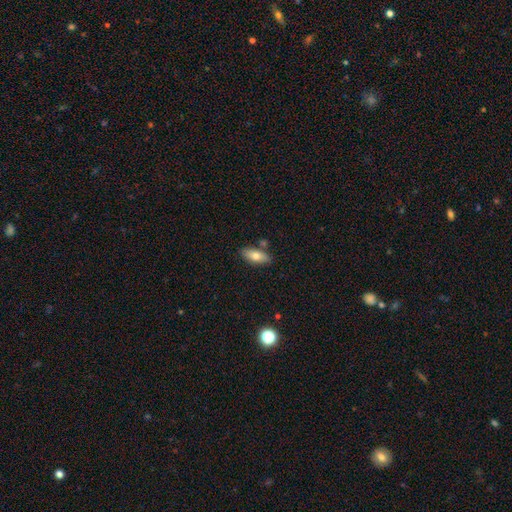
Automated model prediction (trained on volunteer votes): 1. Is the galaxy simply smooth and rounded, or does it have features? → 74% smooth, 19% featured or disk, 7% star or artifact.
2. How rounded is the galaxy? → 79% in between, 18% cigar-shaped, 3% round.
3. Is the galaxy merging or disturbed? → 79% none, 12% minor disturbance, 7% merger, 2% major disturbance.